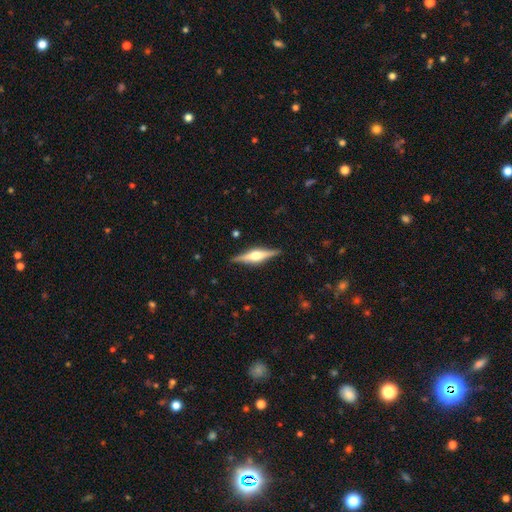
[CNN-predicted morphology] A featured or disk galaxy (76%) viewed edge-on (98%) with a rounded central bulge (89%).

Vote fractions:
- Smooth or featured? featured or disk: 76% / smooth: 18% / star or artifact: 5%
- Edge-on disk? yes: 98% / no: 2%
- Edge-on bulge? rounded: 89% / boxy: 9% / none: 2%
- Merging? none: 90% / minor disturbance: 7% / major disturbance: 2% / merger: 1%